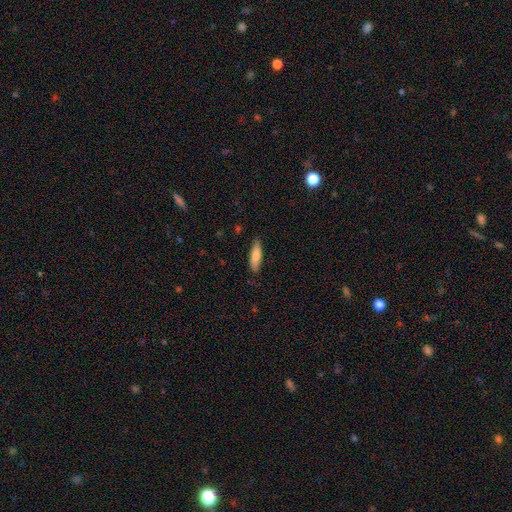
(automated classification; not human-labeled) Smooth or featured? Predicted: smooth (p=0.80). How rounded? Predicted: cigar-shaped (p=0.62). Merging? Predicted: none (p=0.81).